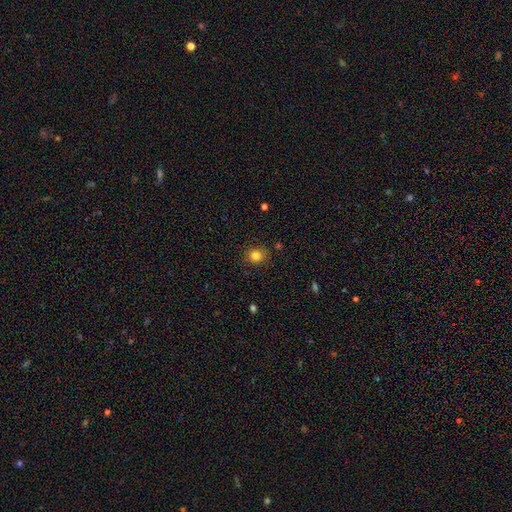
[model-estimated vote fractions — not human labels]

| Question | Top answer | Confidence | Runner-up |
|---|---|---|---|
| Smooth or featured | smooth | 82% | star or artifact (12%) |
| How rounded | round | 77% | in between (23%) |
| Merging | none | 86% | minor disturbance (10%) |